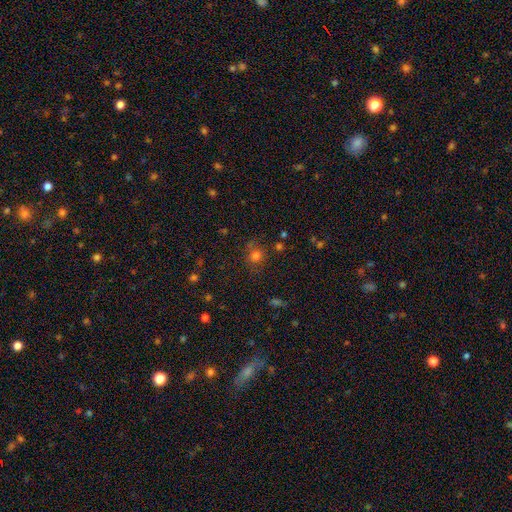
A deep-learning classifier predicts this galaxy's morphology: A smooth galaxy with no disk features (73%) that is round (82%).

Vote fractions:
- Smooth or featured? smooth: 73% / star or artifact: 20% / featured or disk: 7%
- How rounded? round: 82% / in between: 17% / cigar-shaped: 1%
- Merging? none: 73% / minor disturbance: 15% / major disturbance: 6% / merger: 6%